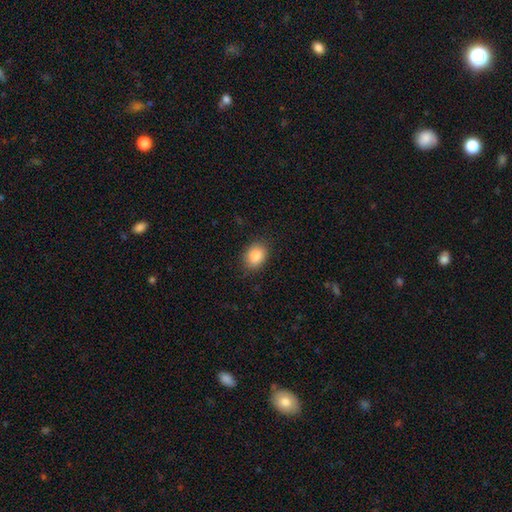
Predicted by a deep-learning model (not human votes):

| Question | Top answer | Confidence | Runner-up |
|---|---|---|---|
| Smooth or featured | smooth | 85% | star or artifact (8%) |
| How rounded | in between | 68% | round (31%) |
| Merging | none | 85% | minor disturbance (11%) |